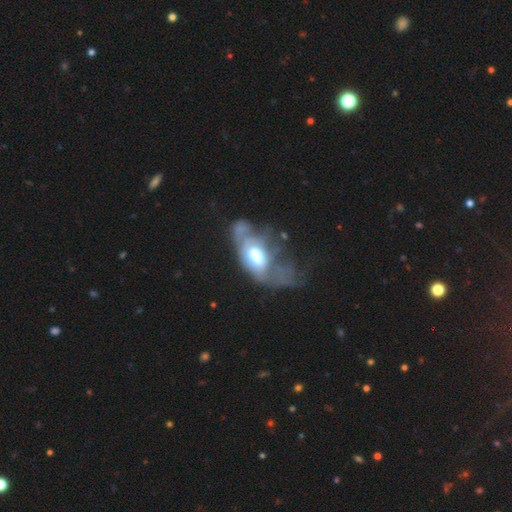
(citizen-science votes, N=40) Overall: featured or disk (50%; smooth 45%). Edge-on disk: no (100%). Bar: no (75%). Spiral arms: no (85%). Bulge size: moderate (65%; large 35%). Merging: major disturbance (55%; minor disturbance 26%).